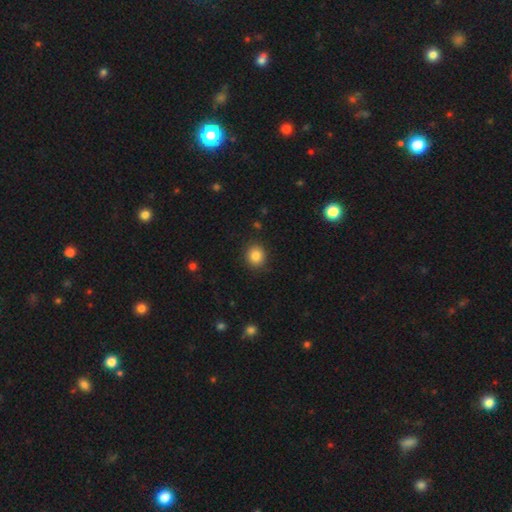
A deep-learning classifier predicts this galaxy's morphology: This appears to be a smooth galaxy with no disk features (85%) that is round (81%). Merging: none (89%).